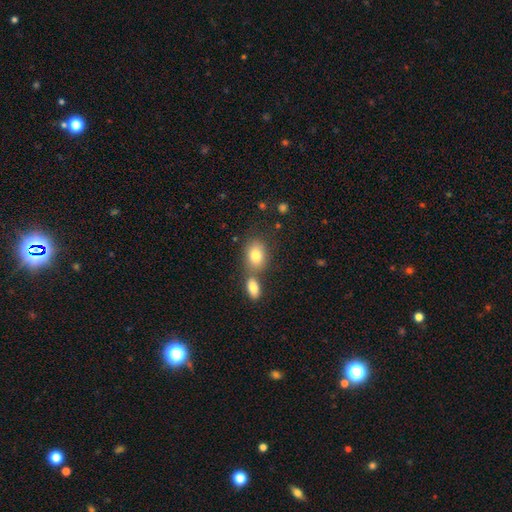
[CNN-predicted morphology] The model was most divided on "merging": none: 53%, merger: 32%, minor disturbance: 11%, major disturbance: 4%. More confident: smooth or featured — smooth (81%); how rounded — in between (70%).